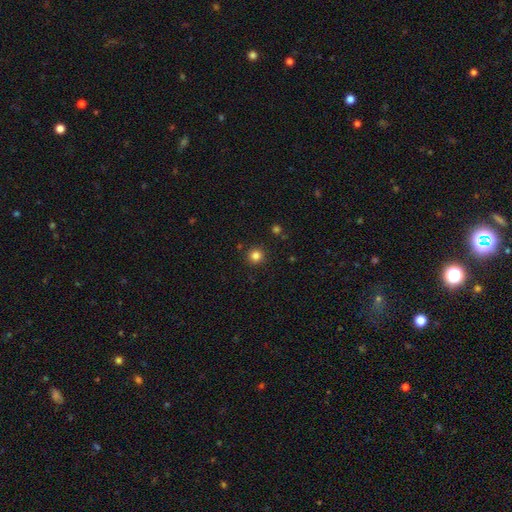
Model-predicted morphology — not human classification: Smooth or featured?
  - smooth: 83% *
  - star or artifact: 13%
  - featured or disk: 4%
How rounded?
  - round: 94% *
  - in between: 5%
  - cigar-shaped: 1%
Merging?
  - none: 90% *
  - minor disturbance: 6%
  - major disturbance: 2%
  - merger: 2%